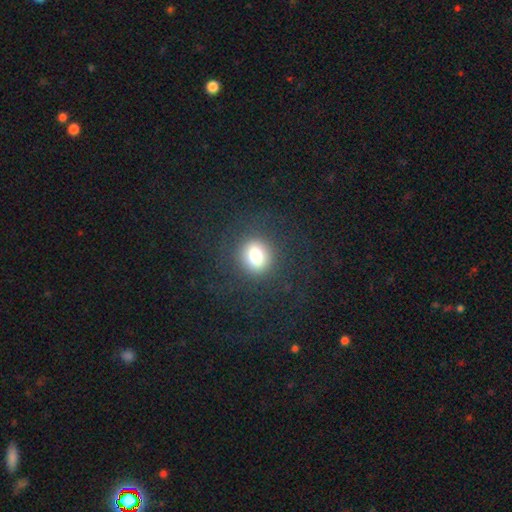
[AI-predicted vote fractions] Smooth or featured: smooth — 75% (star or artifact — 14%)
How rounded: round — 78% (in between — 21%)
Merging: none — 85% (minor disturbance — 8%)